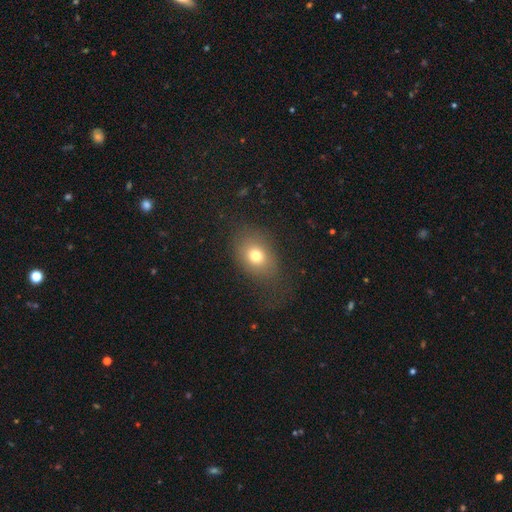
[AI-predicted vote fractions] Smooth or featured? Predicted: smooth (p=0.73). How rounded? Predicted: in between (p=0.61). Merging? Predicted: none (p=0.68).